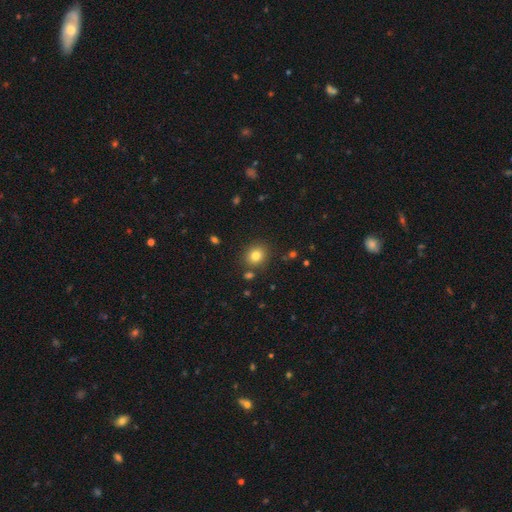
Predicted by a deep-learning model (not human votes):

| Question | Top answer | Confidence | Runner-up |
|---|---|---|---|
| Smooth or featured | smooth | 81% | star or artifact (12%) |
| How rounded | round | 73% | in between (26%) |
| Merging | none | 84% | minor disturbance (9%) |